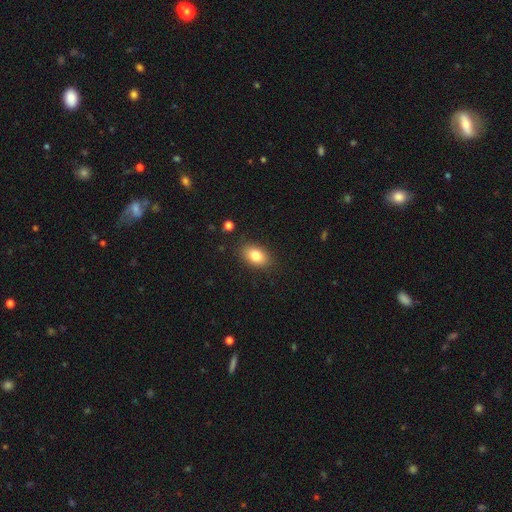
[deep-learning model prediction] A smooth galaxy with no disk features (82%) that is in between round and cigar-shaped (85%).

Vote fractions:
- Smooth or featured? smooth: 82% / featured or disk: 9% / star or artifact: 9%
- How rounded? in between: 85% / round: 14% / cigar-shaped: 2%
- Merging? none: 86% / minor disturbance: 10% / major disturbance: 3% / merger: 1%